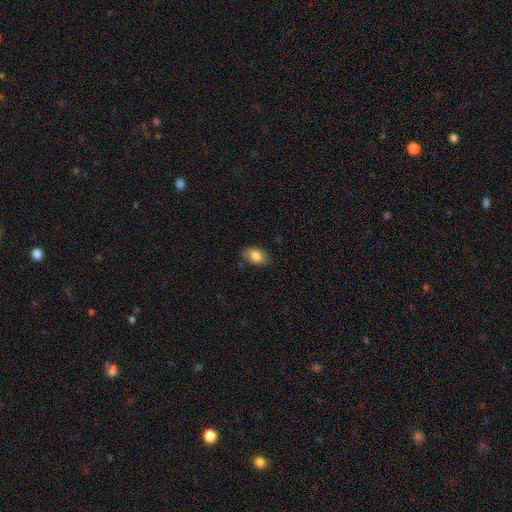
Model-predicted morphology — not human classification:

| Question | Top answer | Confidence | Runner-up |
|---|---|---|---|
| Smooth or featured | smooth | 82% | featured or disk (10%) |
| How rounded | in between | 88% | round (11%) |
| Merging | none | 80% | minor disturbance (15%) |